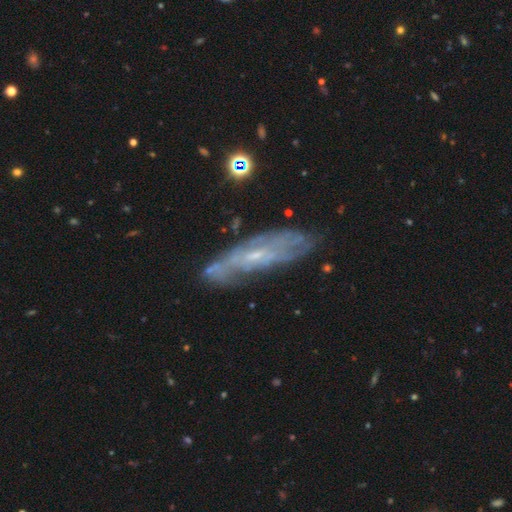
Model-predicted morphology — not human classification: smooth_or_featured: featured or disk (p=0.73) [alt: smooth p=0.19]
disk_edge_on: no (p=0.70) [alt: yes p=0.30]
bar: no (p=0.55) [alt: weak p=0.36]
has_spiral_arms: yes (p=0.74) [alt: no p=0.26]
bulge_size: small (p=0.73) [alt: moderate p=0.19]
merging: none (p=0.72) [alt: minor disturbance p=0.18]